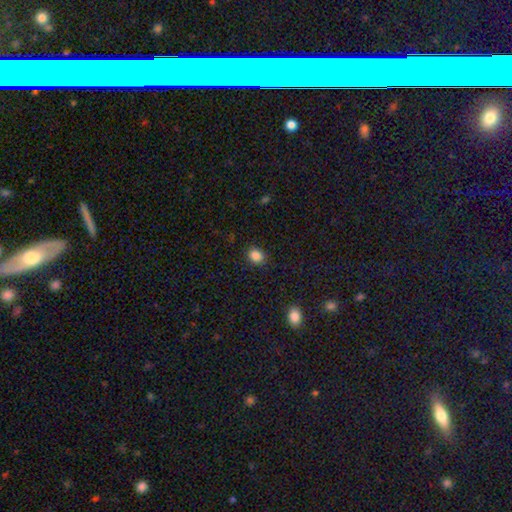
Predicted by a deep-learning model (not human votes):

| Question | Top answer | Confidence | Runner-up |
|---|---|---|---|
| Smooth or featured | smooth | 86% | star or artifact (10%) |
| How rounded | round | 52% | in between (47%) |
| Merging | none | 86% | minor disturbance (10%) |